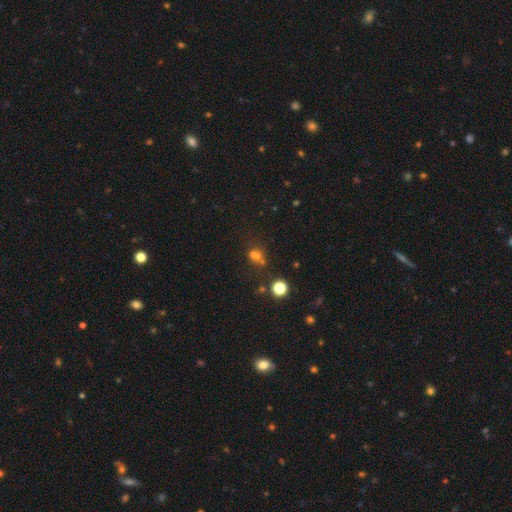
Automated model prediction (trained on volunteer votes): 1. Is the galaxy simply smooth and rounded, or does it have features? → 64% smooth, 24% star or artifact, 12% featured or disk.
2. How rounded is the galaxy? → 53% round, 45% in between, 2% cigar-shaped.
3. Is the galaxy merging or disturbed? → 45% none, 35% merger, 13% minor disturbance, 7% major disturbance.